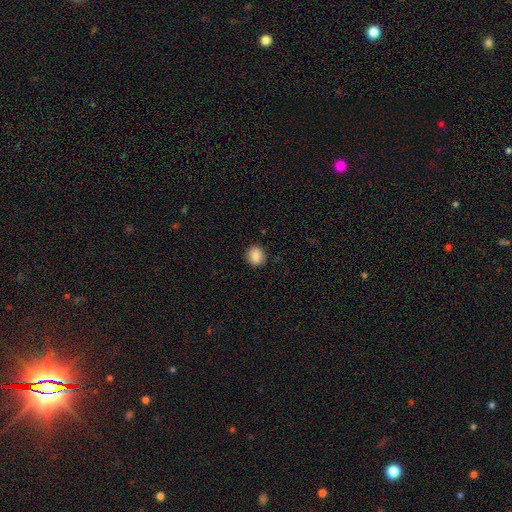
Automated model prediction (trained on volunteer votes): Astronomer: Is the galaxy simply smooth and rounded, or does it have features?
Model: smooth — 87%.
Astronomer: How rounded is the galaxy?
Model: round — 78%.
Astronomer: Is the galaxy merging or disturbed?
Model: none — 87%.